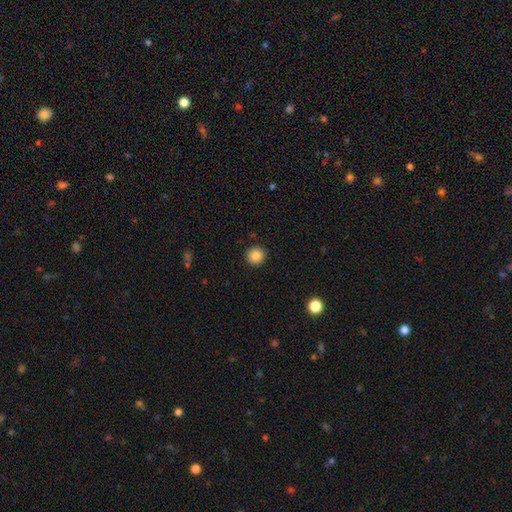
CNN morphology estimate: Smooth or featured? smooth (86%)
How rounded? round (94%)
Merging? none (92%)